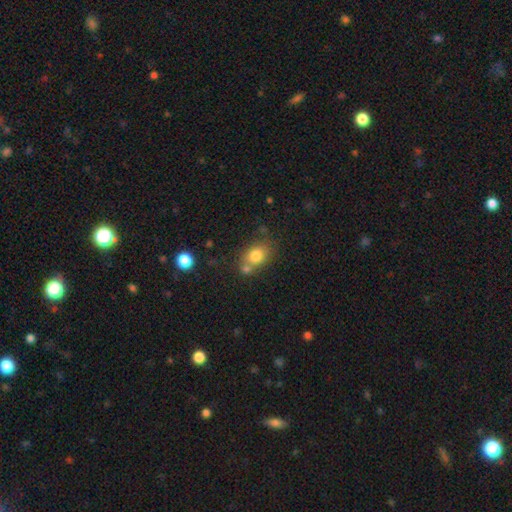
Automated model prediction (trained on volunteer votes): The model was most divided on "how rounded": in between: 59%, round: 40%, cigar-shaped: 1%. More confident: smooth or featured — smooth (78%); merging — none (52%).